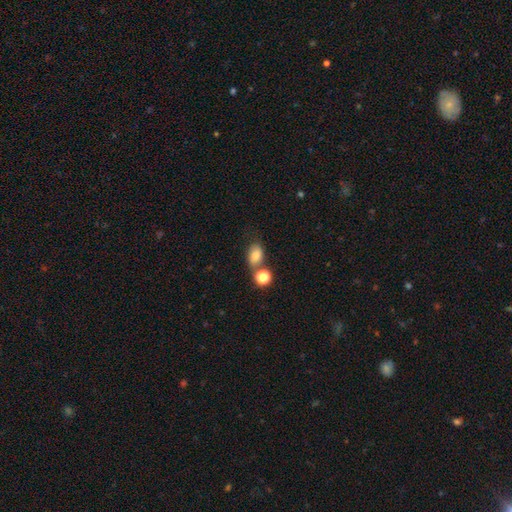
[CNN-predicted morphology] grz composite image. It shows a smooth galaxy with no disk features (76%) that is in between round and cigar-shaped (75%). Merging: none (50%).